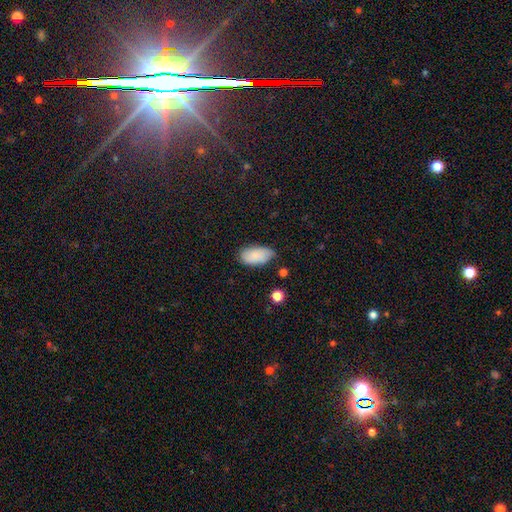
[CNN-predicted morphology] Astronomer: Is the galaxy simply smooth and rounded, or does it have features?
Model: smooth — 83%.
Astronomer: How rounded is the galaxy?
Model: in between — 94%.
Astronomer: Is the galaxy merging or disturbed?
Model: none — 65%.